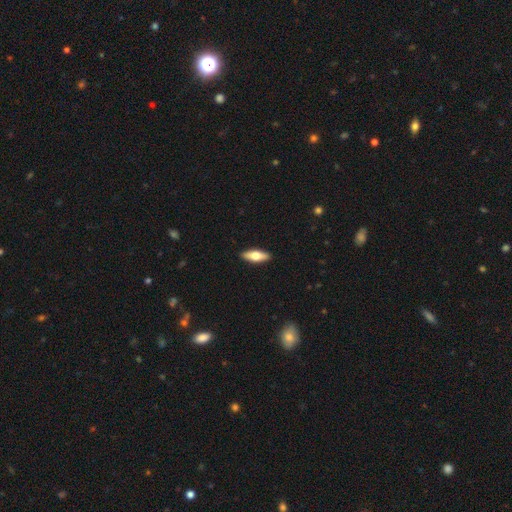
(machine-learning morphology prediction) This is possibly a smooth galaxy (60%). How rounded: likely in between (60%). Merging: clearly none (91%).